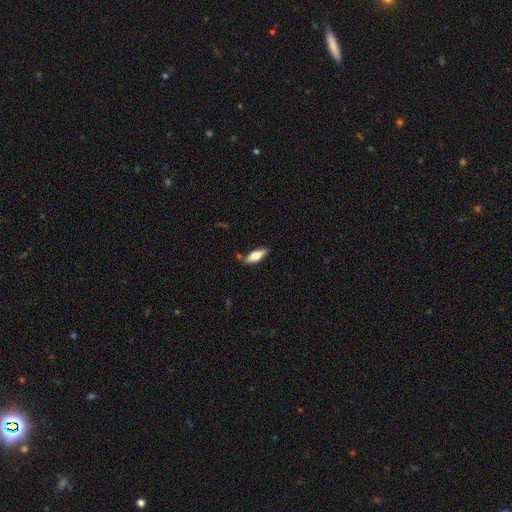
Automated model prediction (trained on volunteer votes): Smooth or featured: smooth — 60% (featured or disk — 34%)
How rounded: in between — 62% (cigar-shaped — 35%)
Merging: none — 84% (minor disturbance — 11%)